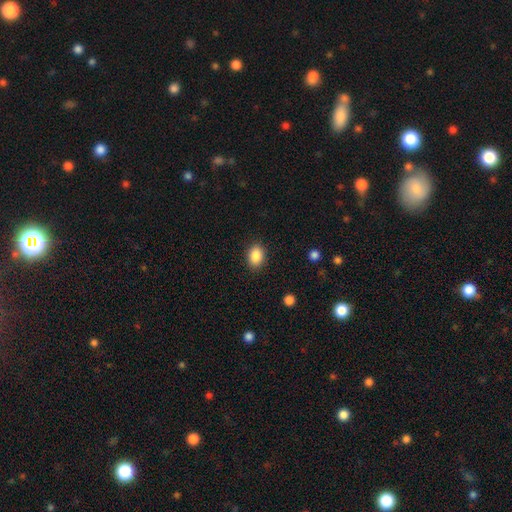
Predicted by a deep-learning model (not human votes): Morphology: type=smooth (88%); roundness=in between (73%); merging=none (88%).